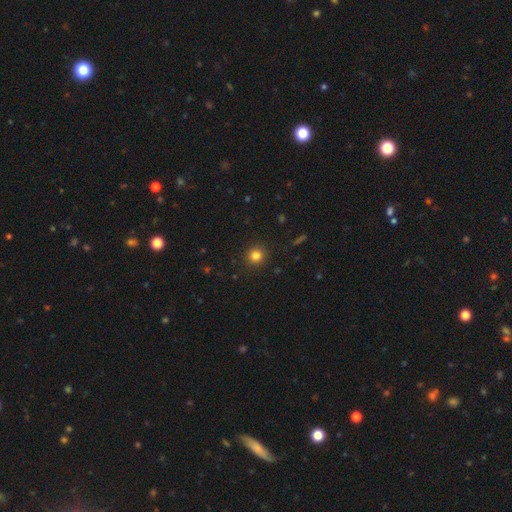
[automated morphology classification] A smooth galaxy with no disk features (82%) that is round (93%).

Vote fractions:
- Smooth or featured? smooth: 82% / star or artifact: 13% / featured or disk: 5%
- How rounded? round: 93% / in between: 6% / cigar-shaped: 1%
- Merging? none: 91% / minor disturbance: 6% / major disturbance: 2% / merger: 1%